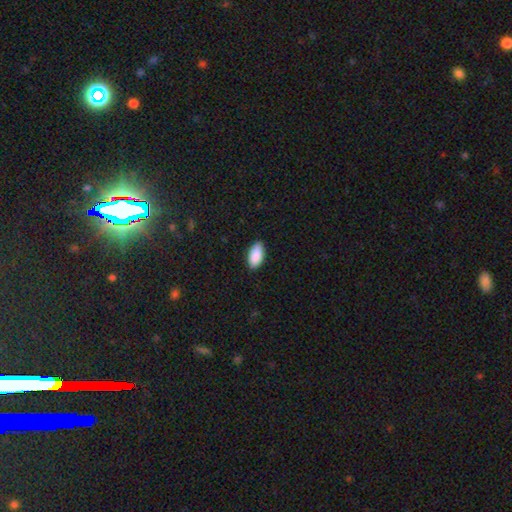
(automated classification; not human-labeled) Smooth or featured: smooth — 90% (star or artifact — 6%)
How rounded: in between — 94% (cigar-shaped — 4%)
Merging: none — 87% (minor disturbance — 11%)